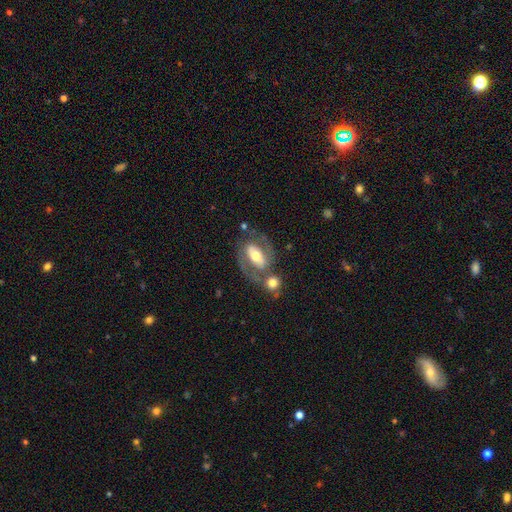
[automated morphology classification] Smooth or featured? featured or disk (66%)
Edge-on disk? no (93%)
Bar? strong (45%)
Spiral arms? yes (66%)
Bulge size? moderate (65%)
Merging? none (45%)